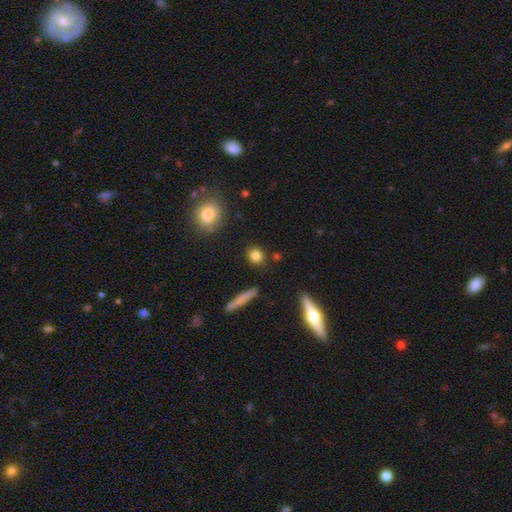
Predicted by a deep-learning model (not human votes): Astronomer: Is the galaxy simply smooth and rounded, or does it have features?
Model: smooth — 83%.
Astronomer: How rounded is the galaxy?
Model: round — 74%.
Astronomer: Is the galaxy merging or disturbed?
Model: none — 87%.